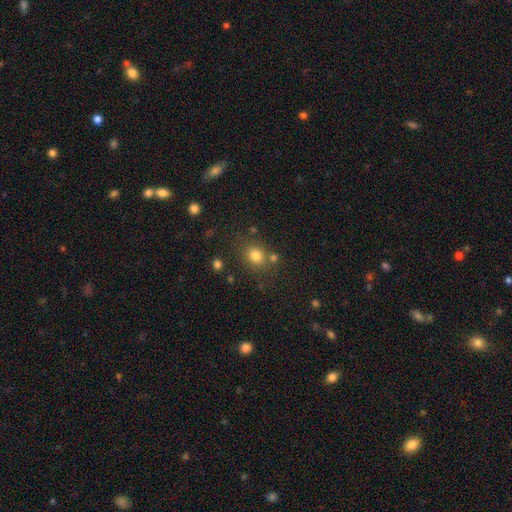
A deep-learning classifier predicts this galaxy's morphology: type=smooth (78%); roundness=round (70%); merging=none (72%).